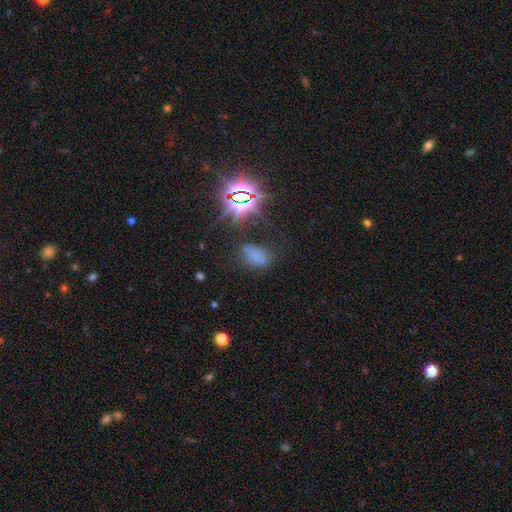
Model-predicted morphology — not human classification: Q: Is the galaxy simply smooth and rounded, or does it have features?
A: smooth — 51%.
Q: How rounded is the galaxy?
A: in between — 88%.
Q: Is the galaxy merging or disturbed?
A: none — 57%.